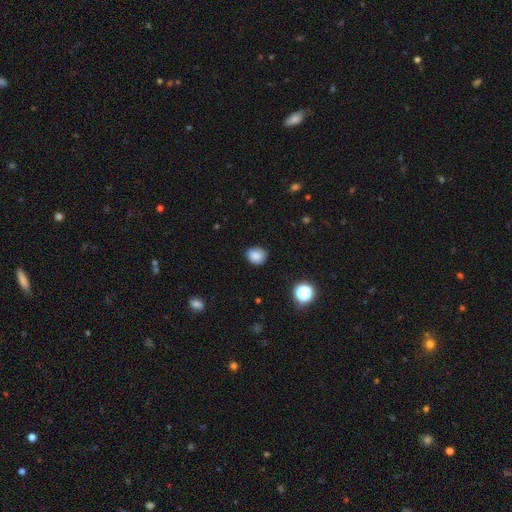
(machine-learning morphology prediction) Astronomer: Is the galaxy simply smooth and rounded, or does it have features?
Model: smooth — 84%.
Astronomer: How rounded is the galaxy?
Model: round — 71%.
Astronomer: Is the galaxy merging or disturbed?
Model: none — 83%.